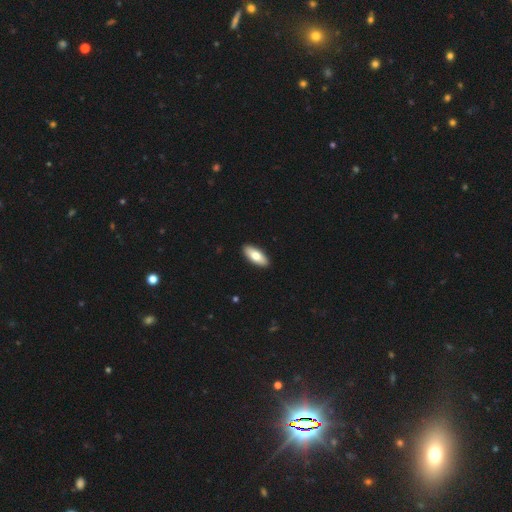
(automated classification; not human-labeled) This appears to be a smooth galaxy with no disk features (77%) that is in between round and cigar-shaped (80%). Merging: none (92%).